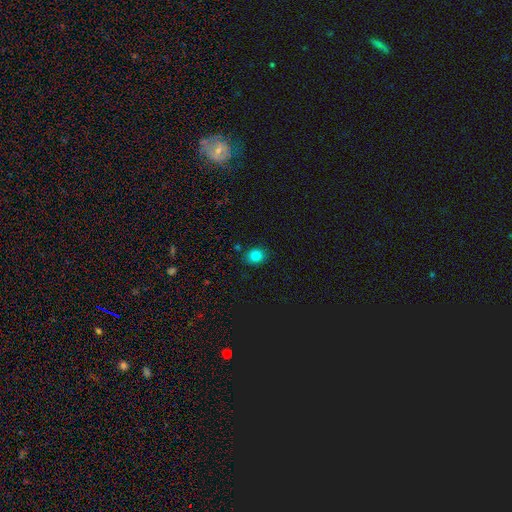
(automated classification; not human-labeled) Smooth or featured?
  - smooth: 81% *
  - star or artifact: 13%
  - featured or disk: 6%
How rounded?
  - round: 58% *
  - in between: 41%
  - cigar-shaped: 1%
Merging?
  - none: 83% *
  - minor disturbance: 11%
  - merger: 3%
  - major disturbance: 2%